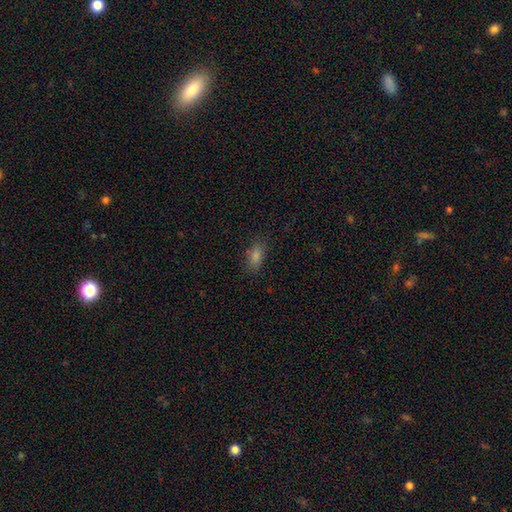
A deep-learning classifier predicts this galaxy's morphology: This is likely a smooth galaxy (76%). How rounded: clearly in between (83%). Merging: clearly none (84%).